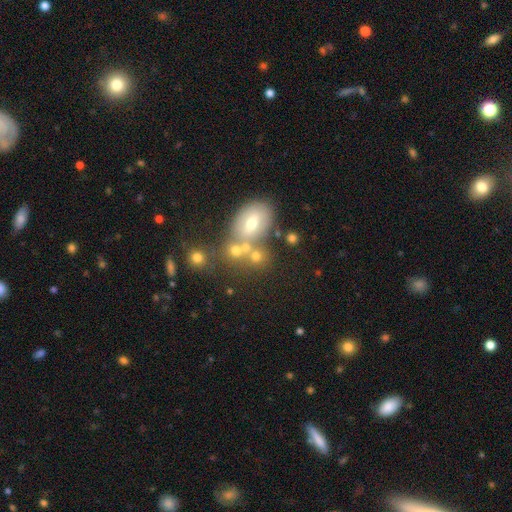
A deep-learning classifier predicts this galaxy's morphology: Overall: smooth (60%; featured or disk 22%). How rounded: round (57%; in between 41%). Merging: none (46%; merger 37%).